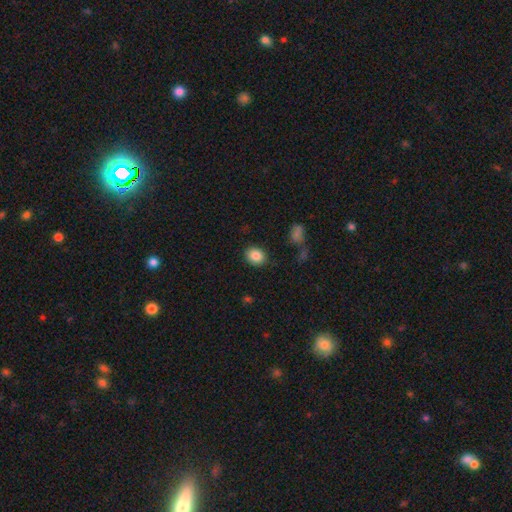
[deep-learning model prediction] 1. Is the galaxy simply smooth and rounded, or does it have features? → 86% smooth, 9% star or artifact, 5% featured or disk.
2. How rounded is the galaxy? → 51% in between, 48% round, 1% cigar-shaped.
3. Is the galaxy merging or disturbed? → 87% none, 9% minor disturbance, 3% major disturbance, 2% merger.